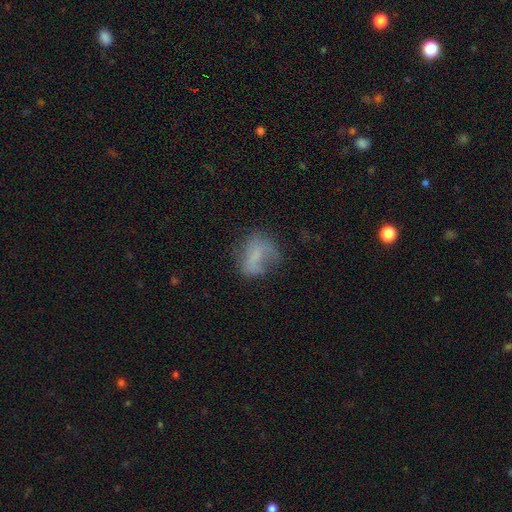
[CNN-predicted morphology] Q: Smooth or featured?
A: smooth (57%); runner-up: featured or disk (31%)
Q: How rounded?
A: in between (63%); runner-up: round (34%)
Q: Merging?
A: none (41%); runner-up: major disturbance (28%)